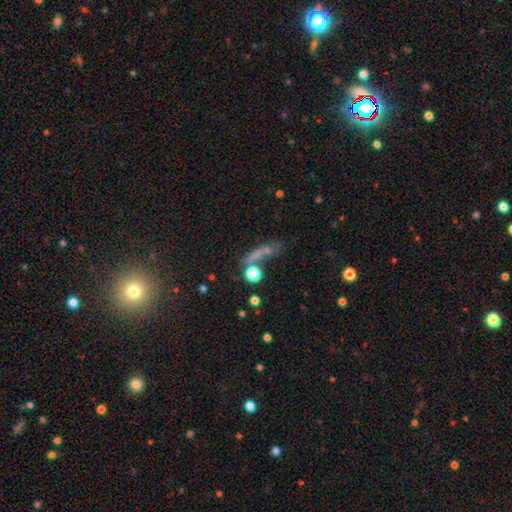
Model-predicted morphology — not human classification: Smooth or featured? Predicted: smooth (p=0.48). Merging? Predicted: none (p=0.43).